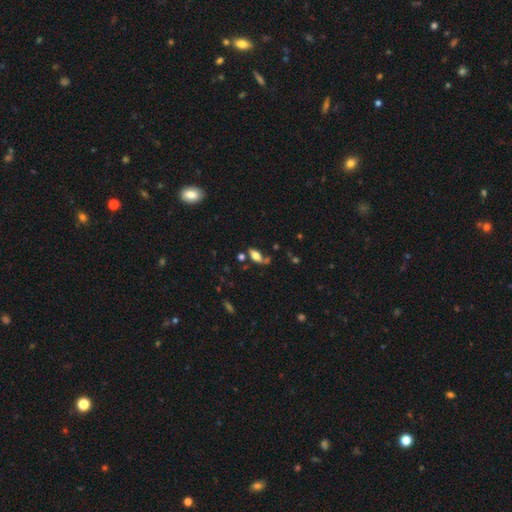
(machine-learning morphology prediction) This appears to be a smooth galaxy with no disk features (62%) that is in between round and cigar-shaped (82%). Merging: none (58%).